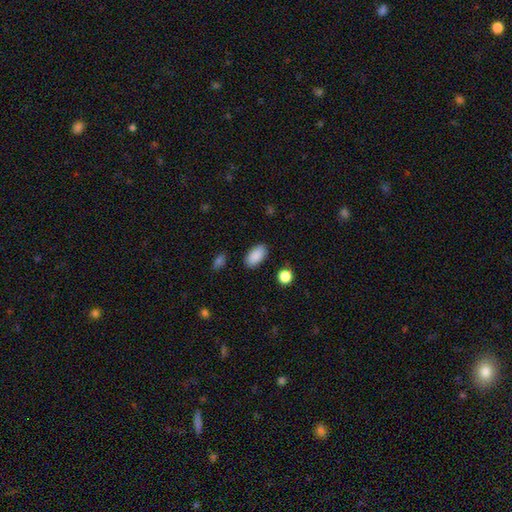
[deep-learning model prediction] Q: Smooth or featured?
A: smooth (89%); runner-up: star or artifact (7%)
Q: How rounded?
A: in between (94%); runner-up: round (4%)
Q: Merging?
A: none (88%); runner-up: minor disturbance (8%)